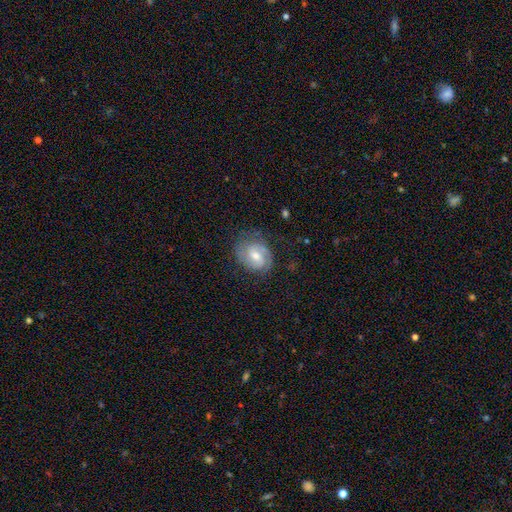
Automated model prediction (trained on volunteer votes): Smooth or featured: featured or disk — 71% (smooth — 23%)
Edge-on disk: no — 97% (yes — 3%)
Bar: weak — 54% (no — 32%)
Spiral arms: yes — 90% (no — 10%)
Spiral winding: tight — 43% (medium — 42%)
Spiral arm count: 2 — 71% (can't tell — 14%)
Bulge size: moderate — 56% (small — 37%)
Merging: none — 70% (minor disturbance — 20%)